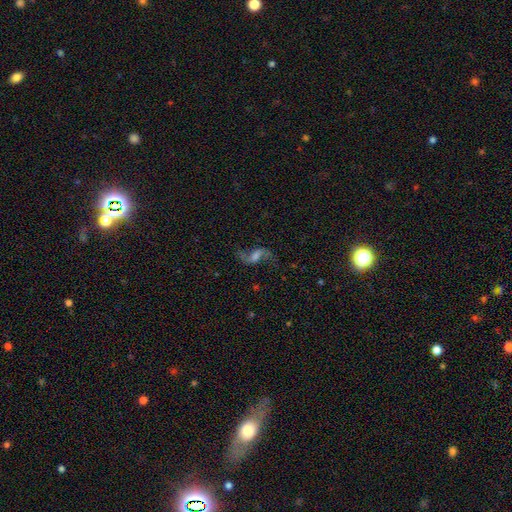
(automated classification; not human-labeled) Smooth or featured: featured or disk — 75% (smooth — 14%)
Edge-on disk: no — 94% (yes — 6%)
Bar: weak — 48% (no — 26%)
Spiral arms: yes — 92% (no — 8%)
Spiral winding: loose — 86% (medium — 11%)
Spiral arm count: 2 — 92% (1 — 3%)
Bulge size: moderate — 32% (small — 28%)
Merging: none — 71% (minor disturbance — 15%)